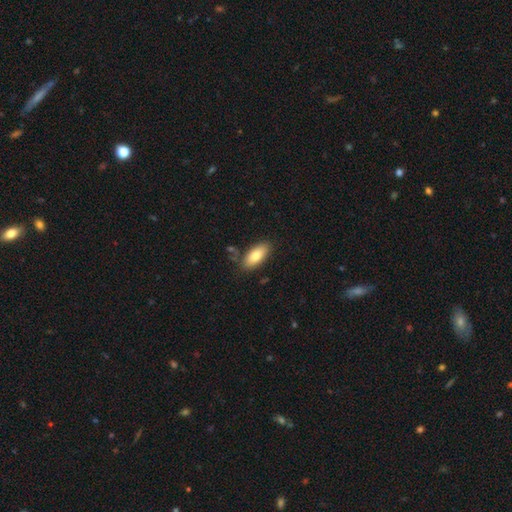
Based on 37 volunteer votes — Smooth or featured?
  - smooth: 92% *
  - star or artifact: 5%
  - featured or disk: 3%
How rounded?
  - in between: 88% *
  - cigar-shaped: 9%
  - round: 3%
Merging?
  - none: 86% *
  - minor disturbance: 11%
  - merger: 3%
  - major disturbance: 0%